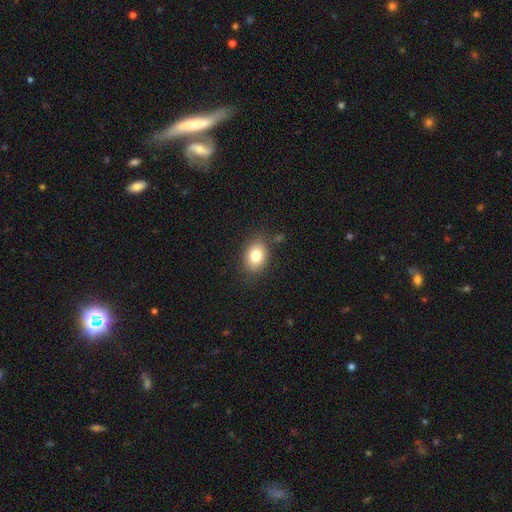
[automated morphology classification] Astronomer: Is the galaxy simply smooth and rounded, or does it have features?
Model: smooth — 80%.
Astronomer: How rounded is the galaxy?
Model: in between — 69%.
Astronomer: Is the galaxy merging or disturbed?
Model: none — 82%.